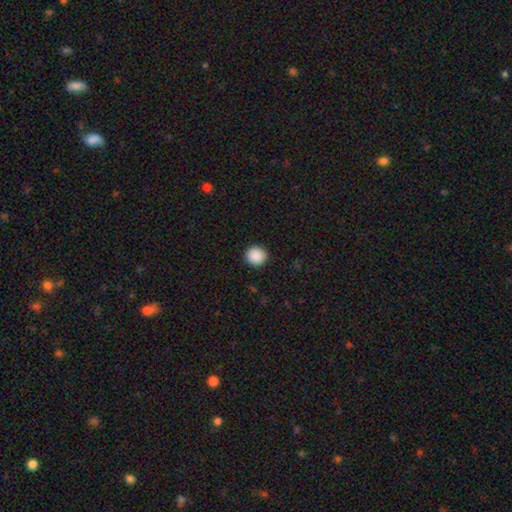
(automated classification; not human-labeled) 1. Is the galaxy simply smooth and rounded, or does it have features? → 89% smooth, 8% star or artifact, 2% featured or disk.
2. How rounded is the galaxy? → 91% round, 8% in between, 1% cigar-shaped.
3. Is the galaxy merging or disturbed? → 91% none, 6% minor disturbance, 2% major disturbance, 1% merger.